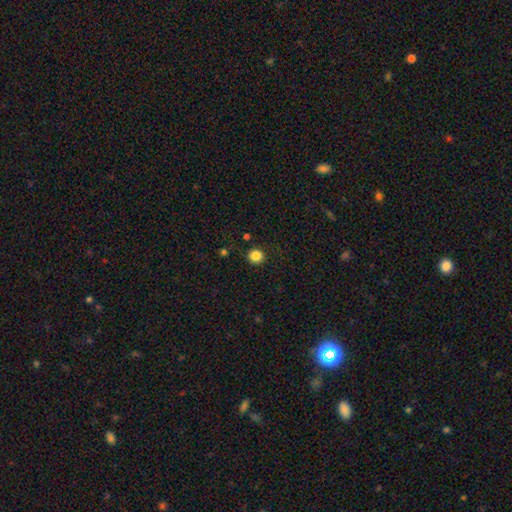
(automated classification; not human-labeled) Q: Smooth or featured?
A: smooth (85%); runner-up: star or artifact (11%)
Q: How rounded?
A: round (92%); runner-up: in between (7%)
Q: Merging?
A: none (90%); runner-up: minor disturbance (6%)